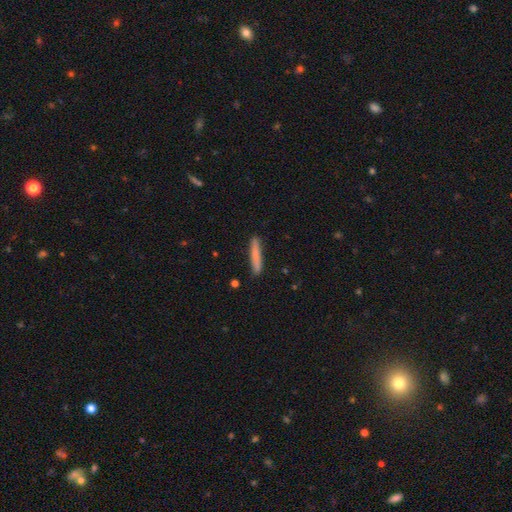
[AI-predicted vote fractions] Smooth or featured? Predicted: smooth (p=0.77). How rounded? Predicted: cigar-shaped (p=0.95). Merging? Predicted: none (p=0.88).